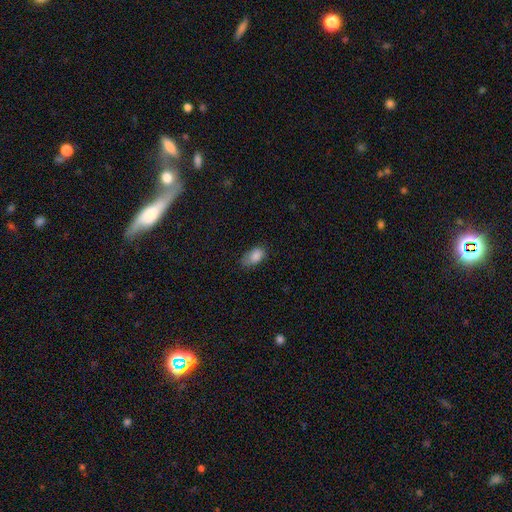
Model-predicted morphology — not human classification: Smooth or featured: smooth — 84% (star or artifact — 9%)
How rounded: in between — 90% (round — 7%)
Merging: none — 51% (minor disturbance — 36%)